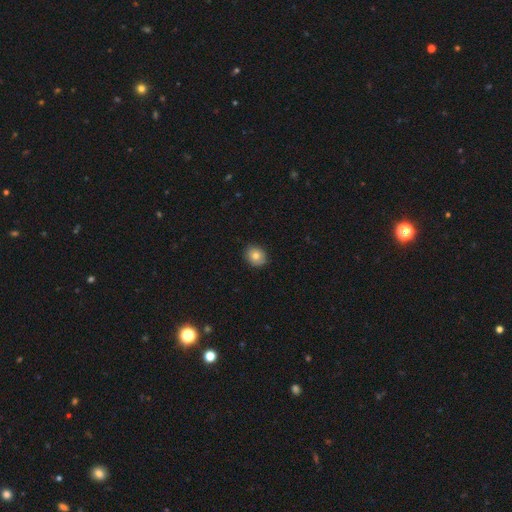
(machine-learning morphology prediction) A smooth galaxy with no disk features (80%) that is round (65%). Merging: none (88%).